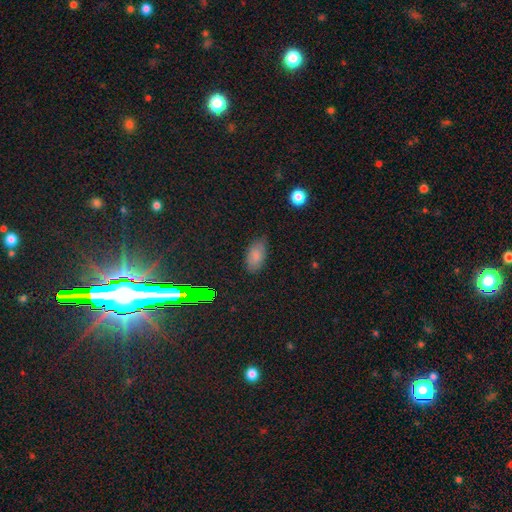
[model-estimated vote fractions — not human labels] Smooth or featured: smooth — 79% (star or artifact — 13%)
How rounded: in between — 92% (round — 4%)
Merging: none — 75% (minor disturbance — 19%)